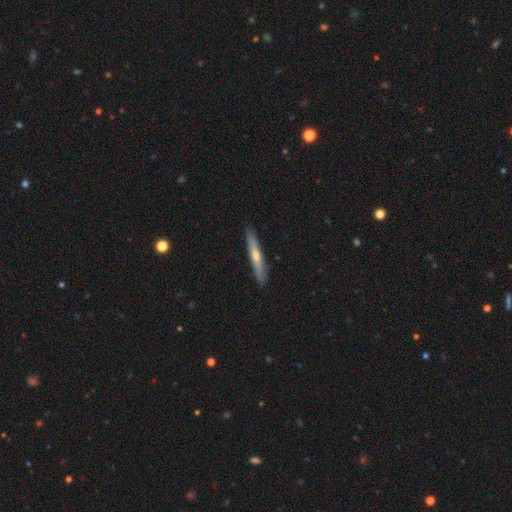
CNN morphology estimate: The model was most divided on "smooth or featured": featured or disk: 51%, smooth: 43%, star or artifact: 6%. More confident: edge-on disk — yes (92%); merging — none (89%).